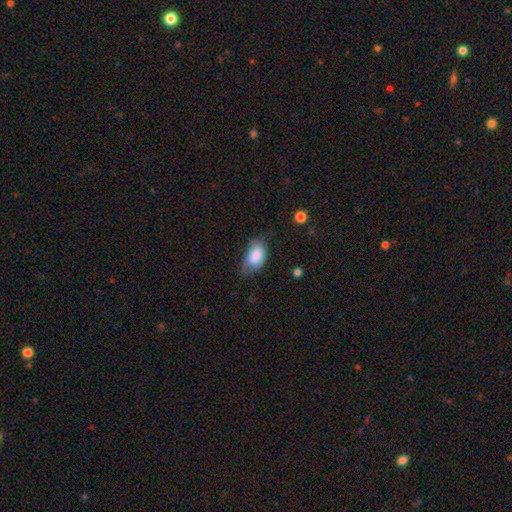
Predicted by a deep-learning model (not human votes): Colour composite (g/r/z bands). It shows a smooth galaxy with no disk features (84%) that is in between round and cigar-shaped (92%). Merging: none (51%).